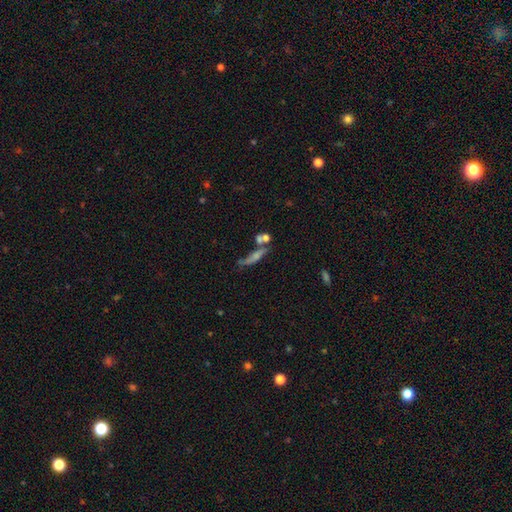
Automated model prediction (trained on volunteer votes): Q: Smooth or featured?
A: featured or disk (48%); runner-up: smooth (35%)
Q: Merging?
A: none (50%); runner-up: merger (22%)